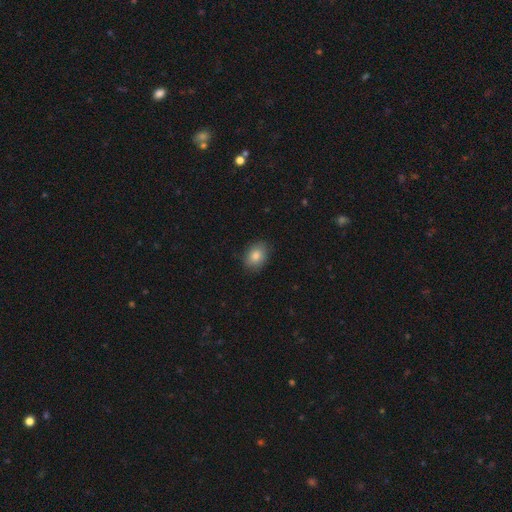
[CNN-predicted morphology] Smooth or featured?
  - smooth: 83% *
  - featured or disk: 9%
  - star or artifact: 8%
How rounded?
  - in between: 69% *
  - round: 30%
  - cigar-shaped: 1%
Merging?
  - none: 84% *
  - minor disturbance: 13%
  - major disturbance: 3%
  - merger: 1%